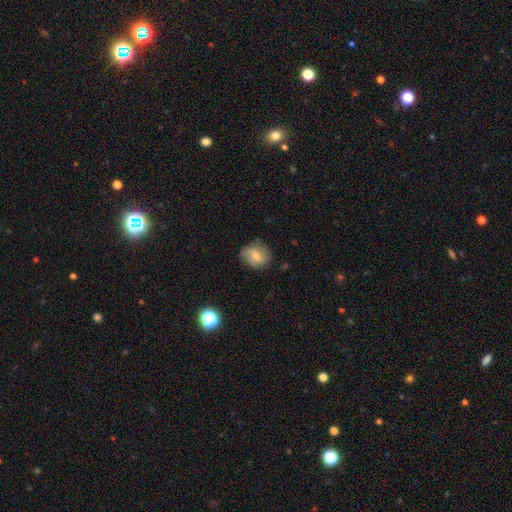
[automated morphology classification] A smooth galaxy with no disk features (61%) that is round (61%).

Vote fractions:
- Smooth or featured? smooth: 61% / featured or disk: 30% / star or artifact: 9%
- How rounded? round: 61% / in between: 38% / cigar-shaped: 1%
- Merging? none: 75% / minor disturbance: 19% / major disturbance: 5% / merger: 1%